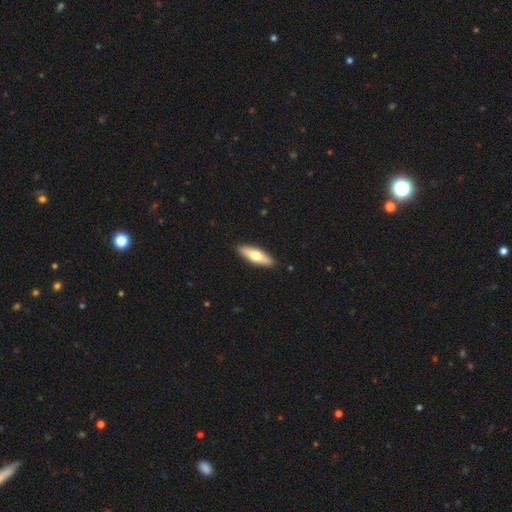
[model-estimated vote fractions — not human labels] Smooth or featured?
  - smooth: 62% *
  - featured or disk: 33%
  - star or artifact: 5%
How rounded?
  - cigar-shaped: 53% *
  - in between: 45%
  - round: 2%
Merging?
  - none: 90% *
  - minor disturbance: 7%
  - major disturbance: 1%
  - merger: 1%